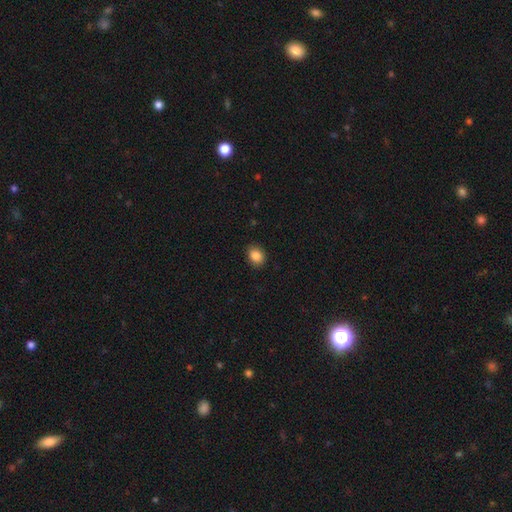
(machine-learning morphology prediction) smooth 87%, star or artifact 9%, featured or disk 4%. Down the decision tree: how rounded — in between (60%); merging — none (88%).